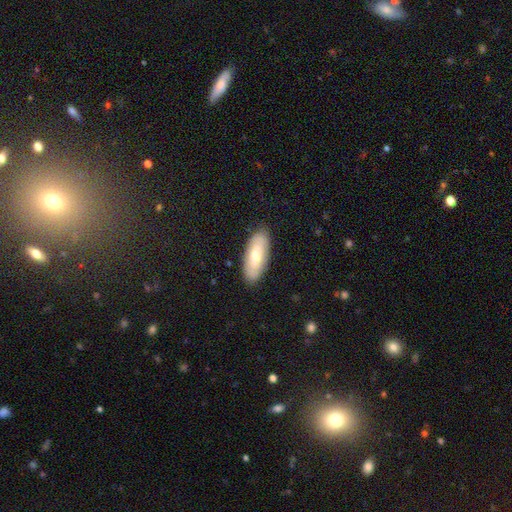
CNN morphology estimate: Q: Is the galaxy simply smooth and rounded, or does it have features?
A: smooth — 61%.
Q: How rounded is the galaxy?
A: in between — 82%.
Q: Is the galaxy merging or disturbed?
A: none — 86%.